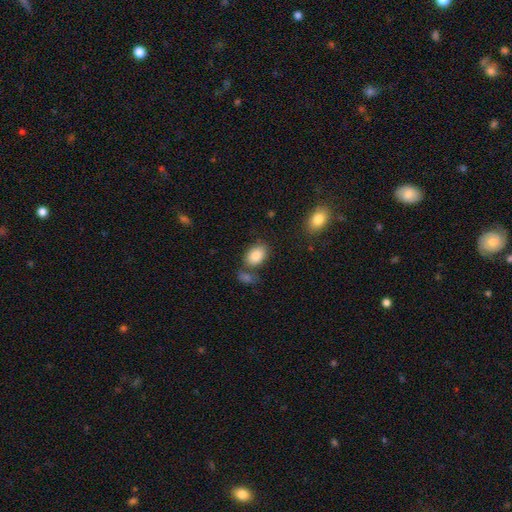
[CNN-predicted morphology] The model was most divided on "merging": none: 63%, merger: 18%, minor disturbance: 15%, major disturbance: 5%. More confident: how rounded — in between (86%); smooth or featured — smooth (86%).